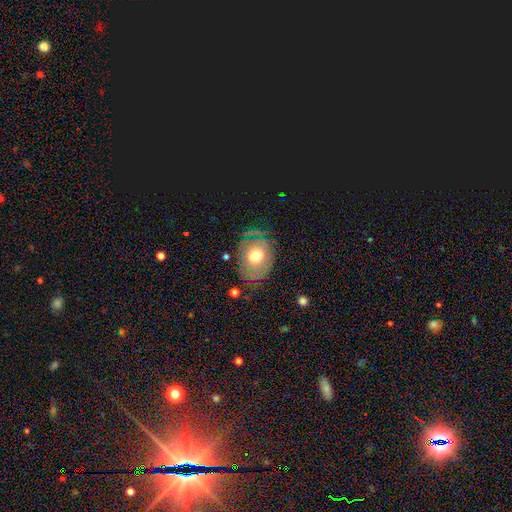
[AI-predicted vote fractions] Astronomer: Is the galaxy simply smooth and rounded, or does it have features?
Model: smooth — 59%.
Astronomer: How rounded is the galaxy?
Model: in between — 60% (runner-up: round, 39%).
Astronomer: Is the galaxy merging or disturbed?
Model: none — 69%.